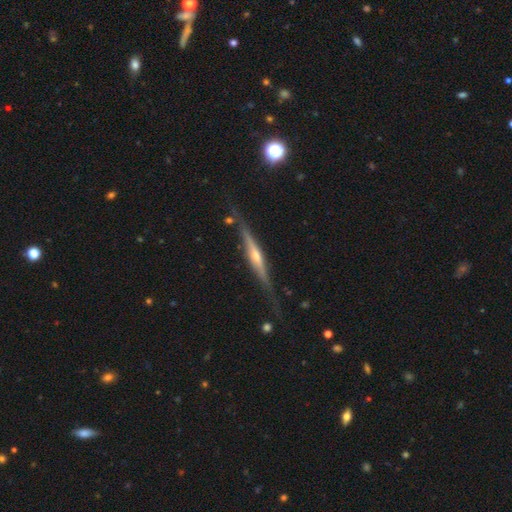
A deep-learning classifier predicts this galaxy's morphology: smooth-or-featured: featured or disk: 80% | smooth: 13% | star or artifact: 6%
  disk-edge-on: yes: 97% | no: 3%
    edge-on-bulge: rounded: 80% | none: 12% | boxy: 8%
  merging: none: 77% | minor disturbance: 16% | major disturbance: 5% | merger: 2%